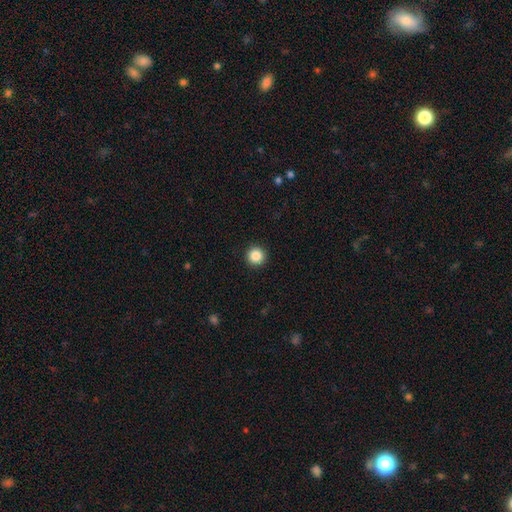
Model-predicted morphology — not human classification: Smooth or featured? Predicted: smooth (p=0.87). How rounded? Predicted: round (p=0.96). Merging? Predicted: none (p=0.93).